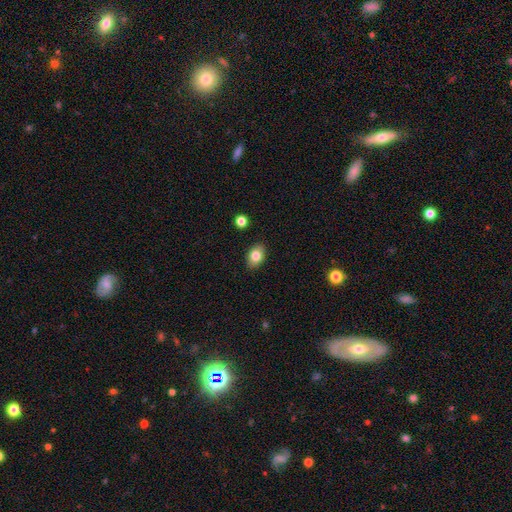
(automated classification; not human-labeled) A smooth galaxy with no disk features (82%) that is in between round and cigar-shaped (81%).

Vote fractions:
- Smooth or featured? smooth: 82% / featured or disk: 10% / star or artifact: 8%
- How rounded? in between: 81% / round: 18% / cigar-shaped: 1%
- Merging? none: 88% / minor disturbance: 8% / major disturbance: 2% / merger: 1%